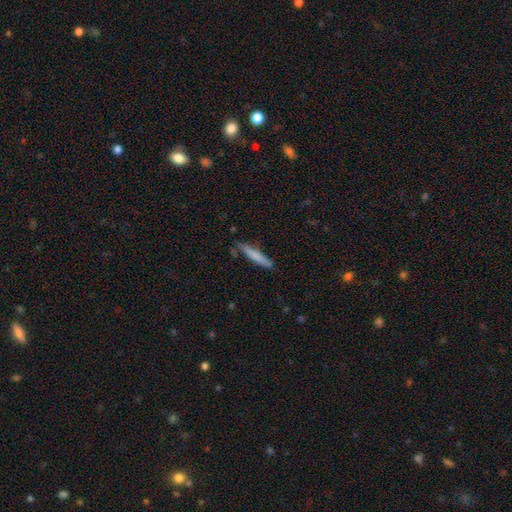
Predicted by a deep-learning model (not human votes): The model was most divided on "smooth or featured": smooth: 74%, featured or disk: 20%, star or artifact: 6%. More confident: how rounded — cigar-shaped (92%); merging — none (81%).